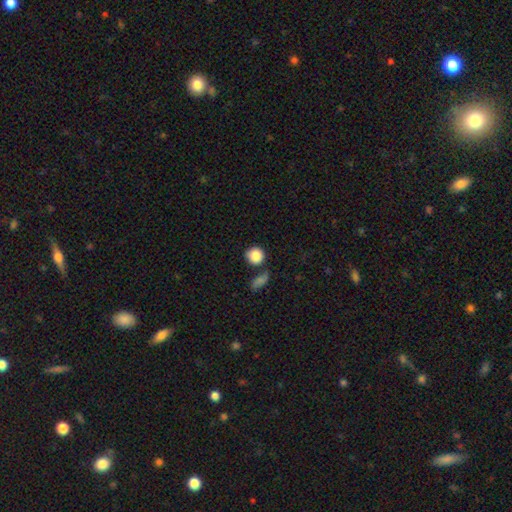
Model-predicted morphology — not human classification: A smooth galaxy with no disk features (86%) that is round (88%). Merging: none (65%).